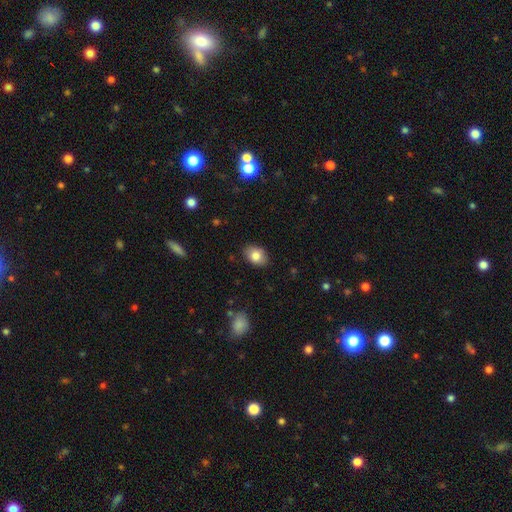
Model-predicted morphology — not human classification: smooth 83%, featured or disk 9%, star or artifact 8%. Down the decision tree: how rounded — in between (81%); merging — none (85%).